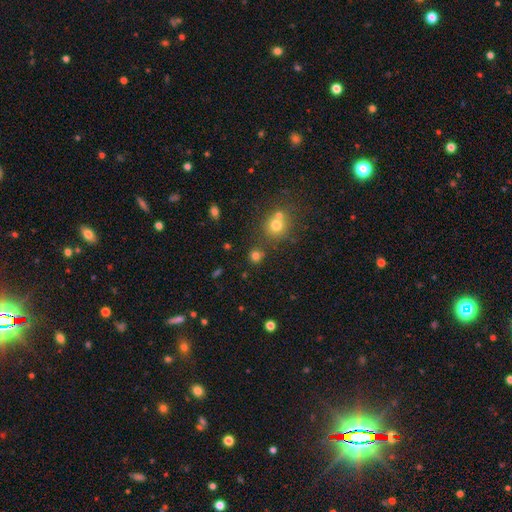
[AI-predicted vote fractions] Smooth or featured?
  - smooth: 74% *
  - star or artifact: 20%
  - featured or disk: 6%
How rounded?
  - round: 88% *
  - in between: 11%
  - cigar-shaped: 1%
Merging?
  - none: 75% *
  - merger: 13%
  - minor disturbance: 8%
  - major disturbance: 3%